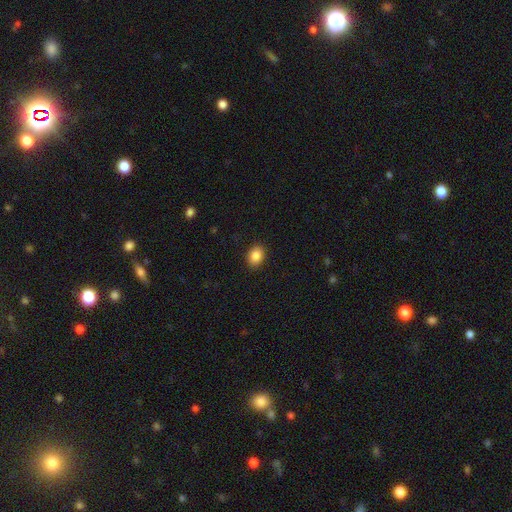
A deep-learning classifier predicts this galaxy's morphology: smooth 87%, star or artifact 9%, featured or disk 4%. Down the decision tree: how rounded — in between (61%); merging — none (90%).